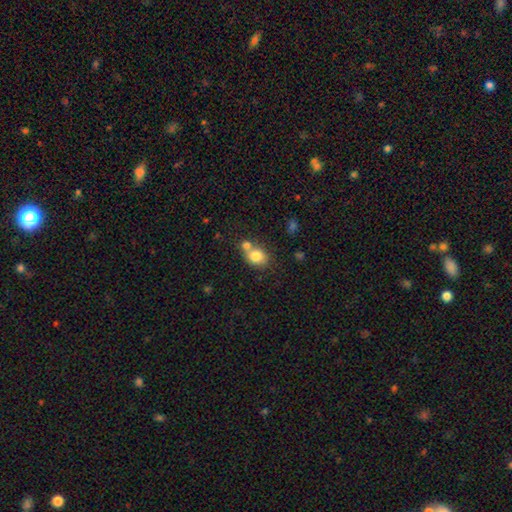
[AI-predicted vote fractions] The model was most divided on "merging": merger: 44%, none: 42%, minor disturbance: 10%, major disturbance: 4%. More confident: smooth or featured — smooth (80%); how rounded — round (58%).